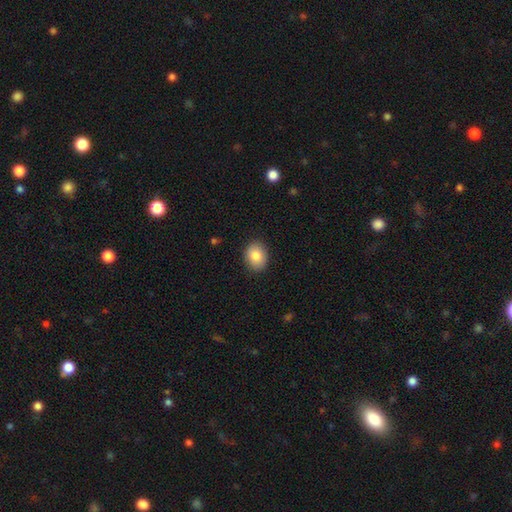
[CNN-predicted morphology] smooth_or_featured: smooth (p=0.84) [alt: featured or disk p=0.08]
how_rounded: in between (p=0.57) [alt: round p=0.42]
merging: none (p=0.89) [alt: minor disturbance p=0.08]